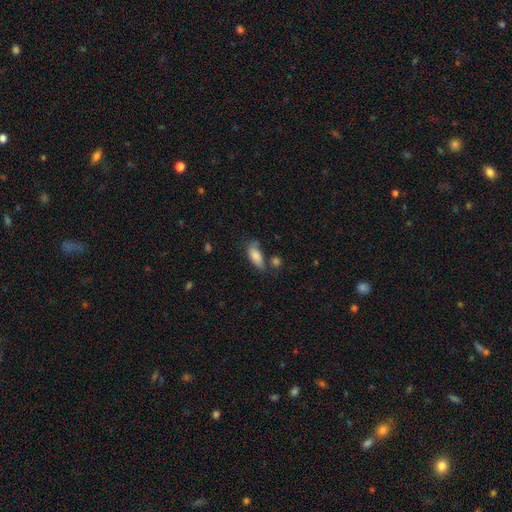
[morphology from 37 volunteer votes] type=smooth (86%); roundness=in between (59%); merging=none (33%).